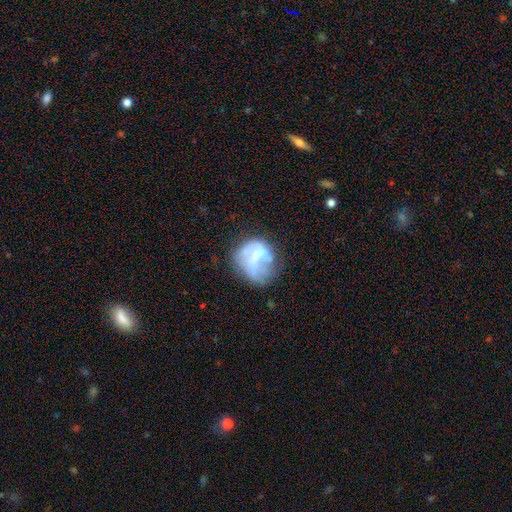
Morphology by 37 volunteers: A smooth galaxy with no disk features (49%) that is round (50%, tied with in between).

Vote fractions:
- Smooth or featured? smooth: 49% / featured or disk: 46% / star or artifact: 5%
- How rounded? round: 50% (tied) / in between: 50% (tied) / cigar-shaped: 0%
- Merging? major disturbance: 46% / none: 37% / minor disturbance: 14% / merger: 3%